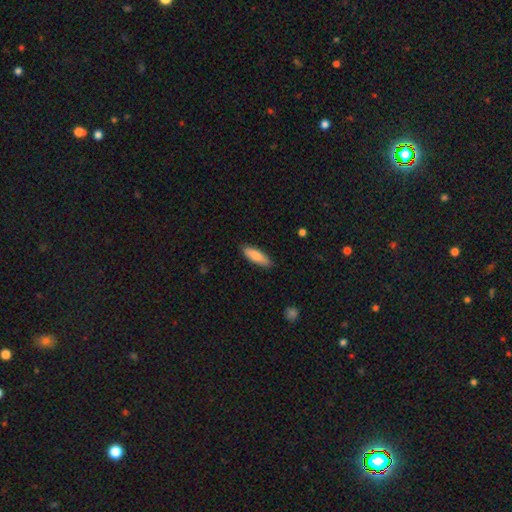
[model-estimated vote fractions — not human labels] Smooth or featured?
  - smooth: 81% *
  - featured or disk: 14%
  - star or artifact: 6%
How rounded?
  - in between: 52% *
  - cigar-shaped: 46%
  - round: 2%
Merging?
  - none: 85% *
  - minor disturbance: 12%
  - major disturbance: 2%
  - merger: 1%